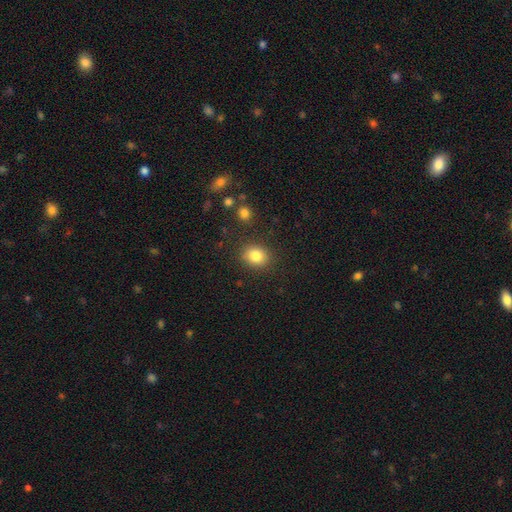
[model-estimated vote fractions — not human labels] Q: Smooth or featured?
A: smooth (83%); runner-up: star or artifact (10%)
Q: How rounded?
A: round (58%); runner-up: in between (41%)
Q: Merging?
A: none (86%); runner-up: minor disturbance (9%)